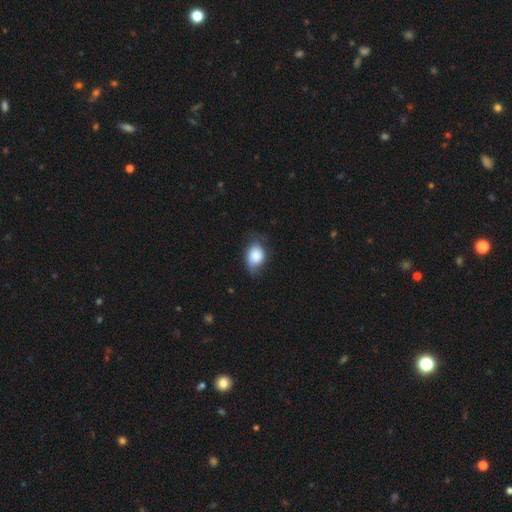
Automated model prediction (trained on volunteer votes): A smooth galaxy with no disk features (78%) that is in between round and cigar-shaped (62%). Merging: none (49%).